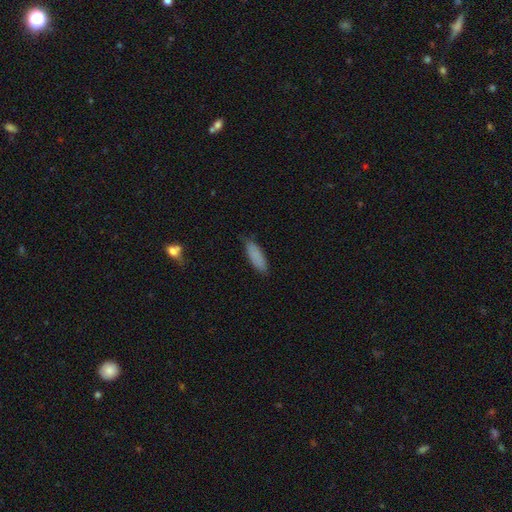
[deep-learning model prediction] Morphology: type=smooth (86%); roundness=in between (54%); merging=none (79%).